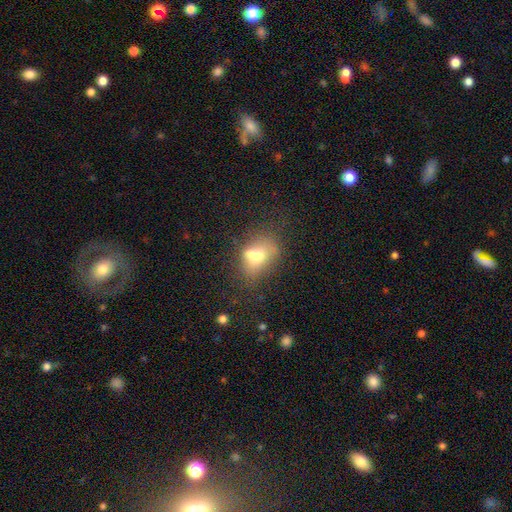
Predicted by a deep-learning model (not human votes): Overall: smooth (62%; featured or disk 26%). How rounded: in between (68%; round 29%). Merging: merger (40%; none 31%).